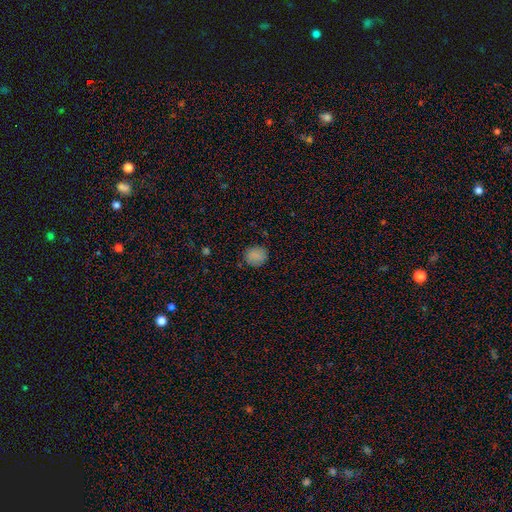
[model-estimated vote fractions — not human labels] The model was most divided on "how rounded": round: 74%, in between: 25%, cigar-shaped: 1%. More confident: smooth or featured — smooth (84%); merging — none (83%).